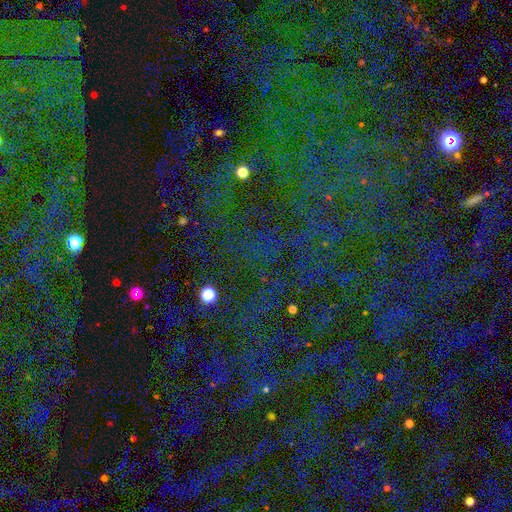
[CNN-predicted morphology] star or artifact 81%, smooth 11%, featured or disk 8%.